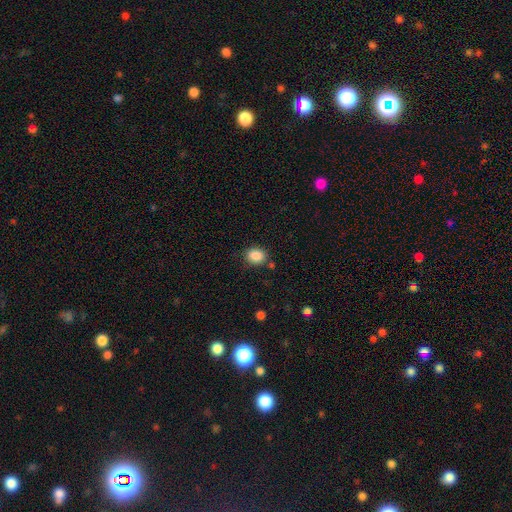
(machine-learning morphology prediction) This appears to be a smooth galaxy with no disk features (87%) that is round (53%). Merging: none (82%).